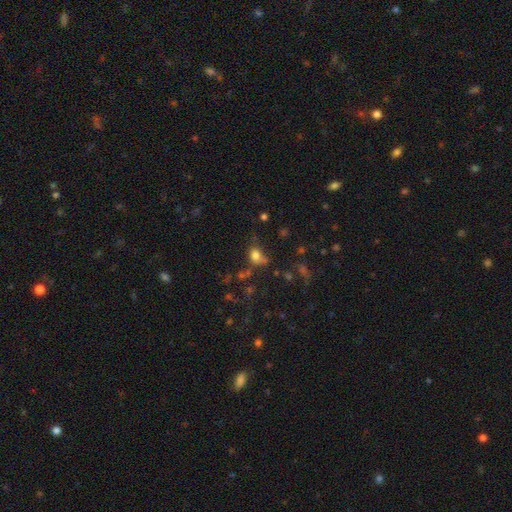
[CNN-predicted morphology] This is likely a smooth galaxy (77%). How rounded: possibly round (55%). Merging: possibly none (48%).